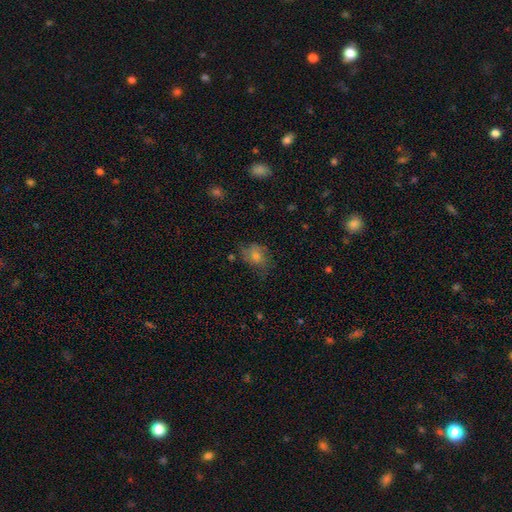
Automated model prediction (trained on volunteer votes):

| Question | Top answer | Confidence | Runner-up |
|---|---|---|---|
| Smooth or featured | smooth | 52% | featured or disk (31%) |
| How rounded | round | 52% | in between (46%) |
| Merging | none | 60% | minor disturbance (25%) |